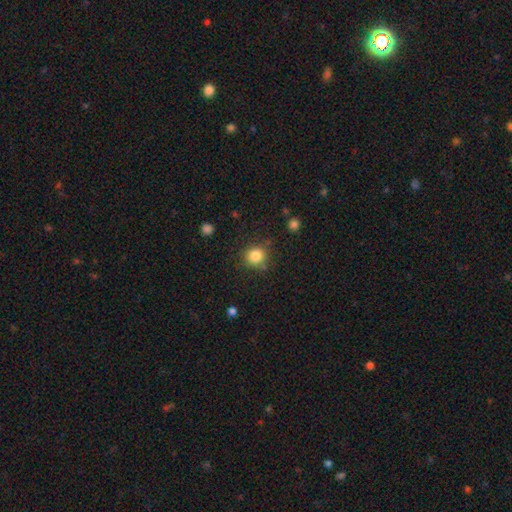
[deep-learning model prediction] Smooth or featured? Predicted: smooth (p=0.83). How rounded? Predicted: round (p=0.88). Merging? Predicted: none (p=0.80).